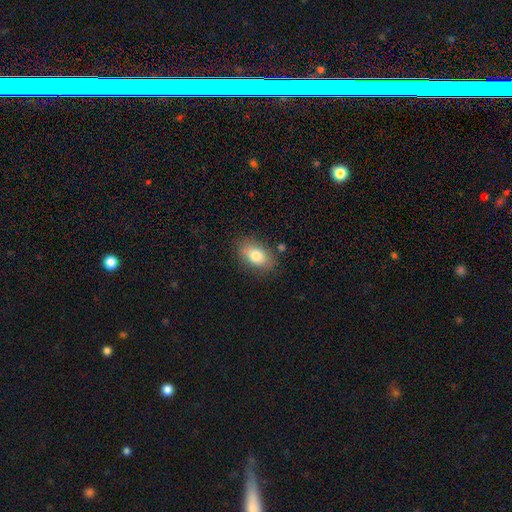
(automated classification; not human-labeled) Q: Smooth or featured?
A: smooth (77%); runner-up: featured or disk (15%)
Q: How rounded?
A: in between (89%); runner-up: round (9%)
Q: Merging?
A: none (80%); runner-up: minor disturbance (14%)